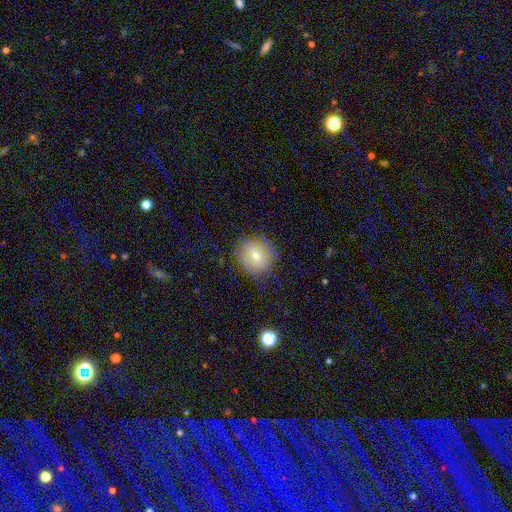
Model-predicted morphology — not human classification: Q: Smooth or featured?
A: smooth (70%); runner-up: featured or disk (20%)
Q: How rounded?
A: round (89%); runner-up: in between (10%)
Q: Merging?
A: none (78%); runner-up: minor disturbance (16%)